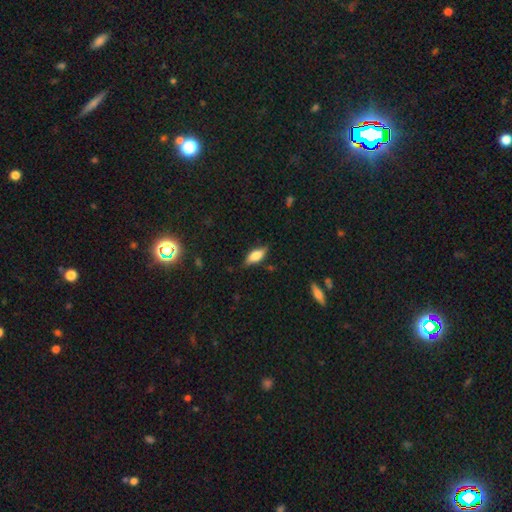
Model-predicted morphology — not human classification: Q: Smooth or featured?
A: smooth (60%); runner-up: featured or disk (32%)
Q: How rounded?
A: in between (71%); runner-up: cigar-shaped (26%)
Q: Merging?
A: none (79%); runner-up: minor disturbance (16%)